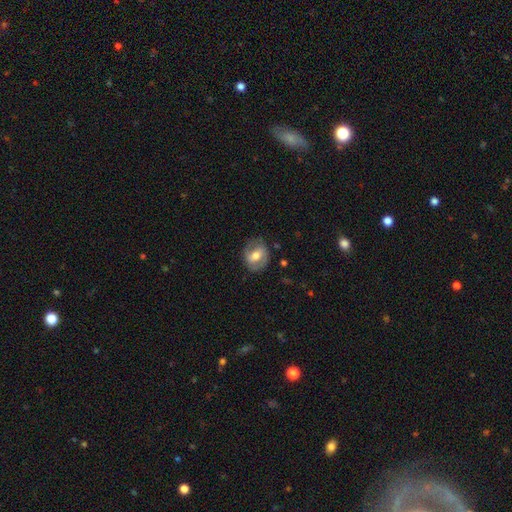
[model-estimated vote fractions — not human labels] A featured or disk galaxy (55%) with a weak bar (40%), spiral arms (60%) and a moderate central bulge (68%).

Vote fractions:
- Smooth or featured? featured or disk: 55% / smooth: 38% / star or artifact: 6%
- Edge-on disk? no: 95% / yes: 5%
- Bar? weak: 40% / no: 31% / strong: 29%
- Spiral arms? yes: 60% / no: 40%
- Bulge size? moderate: 68% / large: 15% / small: 15% / none: 2% / dominant: 1%
- Merging? none: 75% / minor disturbance: 17% / major disturbance: 7% / merger: 1%